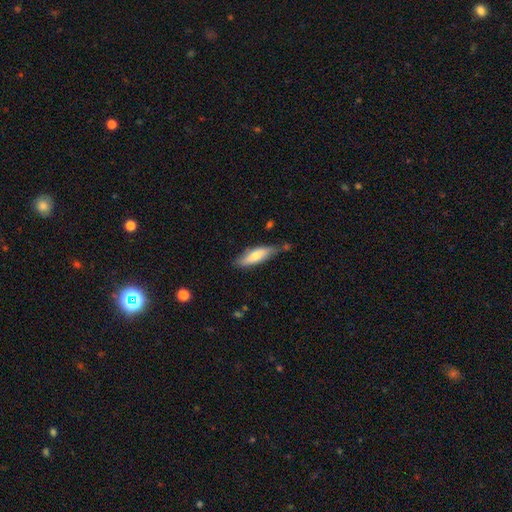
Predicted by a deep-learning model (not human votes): This is likely a smooth galaxy (68%). How rounded: possibly cigar-shaped (51%). Merging: likely none (65%).